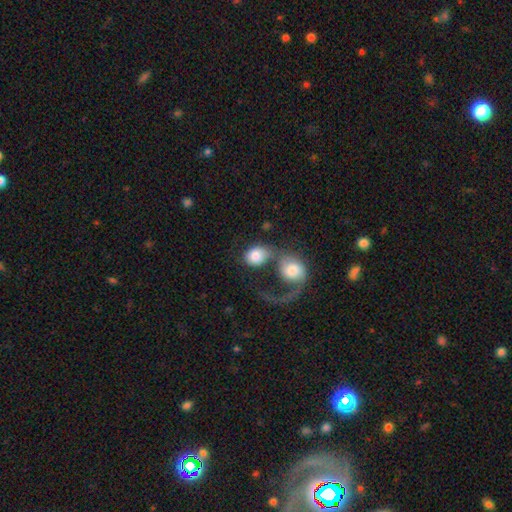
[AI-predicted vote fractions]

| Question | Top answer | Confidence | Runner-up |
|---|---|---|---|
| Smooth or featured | smooth | 73% | featured or disk (21%) |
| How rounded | round | 57% | in between (42%) |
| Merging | merger | 60% | major disturbance (18%) |